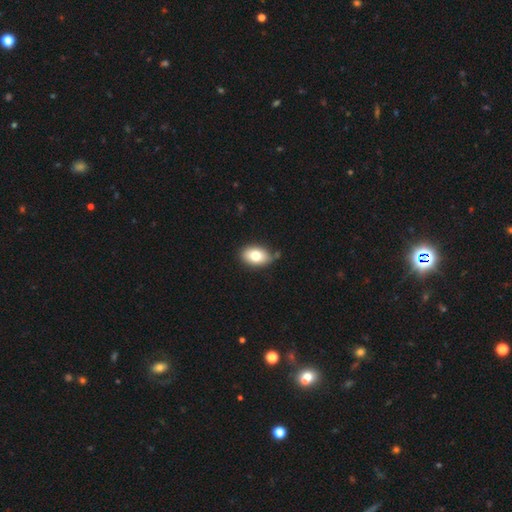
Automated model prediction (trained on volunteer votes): This is likely a smooth galaxy (77%). How rounded: clearly in between (86%). Merging: likely none (72%).